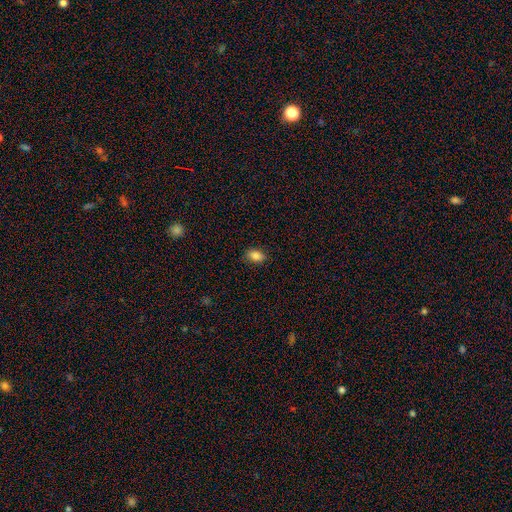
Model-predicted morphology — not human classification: Smooth or featured?
  - smooth: 85% *
  - star or artifact: 9%
  - featured or disk: 5%
How rounded?
  - in between: 87% *
  - round: 11%
  - cigar-shaped: 2%
Merging?
  - none: 86% *
  - minor disturbance: 11%
  - major disturbance: 2%
  - merger: 1%